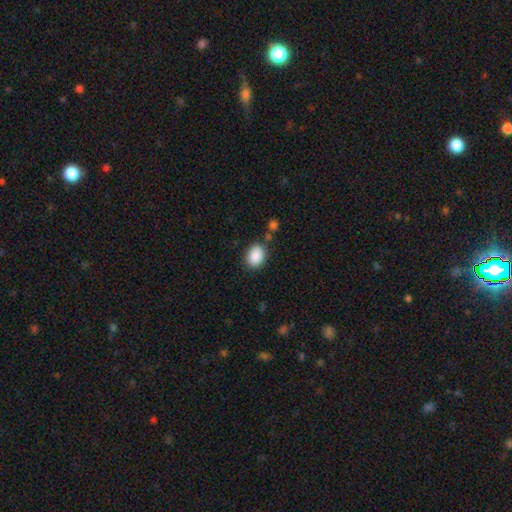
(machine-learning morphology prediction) Smooth or featured?
  - smooth: 89% *
  - star or artifact: 8%
  - featured or disk: 3%
How rounded?
  - in between: 74% *
  - round: 25%
  - cigar-shaped: 1%
Merging?
  - none: 81% *
  - minor disturbance: 12%
  - merger: 4%
  - major disturbance: 3%